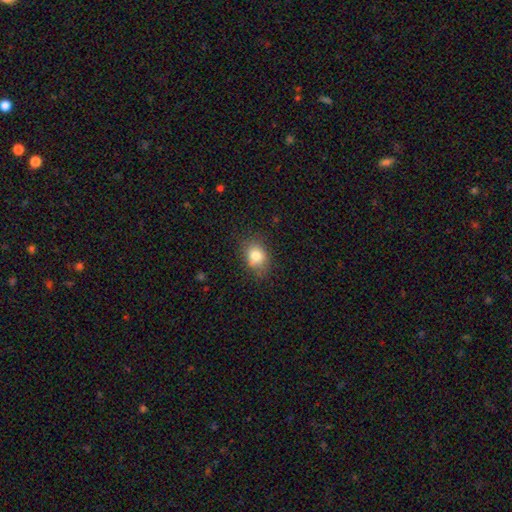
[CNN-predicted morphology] smooth-or-featured: smooth: 80% | star or artifact: 11% | featured or disk: 9%
  how-rounded: in between: 51% | round: 48% | cigar-shaped: 1%
  merging: none: 72% | minor disturbance: 20% | major disturbance: 5% | merger: 2%